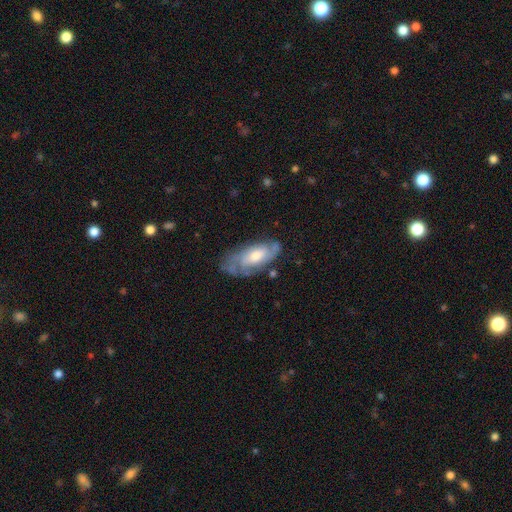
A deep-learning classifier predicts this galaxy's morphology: Smooth or featured? Predicted: featured or disk (p=0.70). Edge-on disk? Predicted: no (p=0.90). Bar? Predicted: no (p=0.63). Spiral arms? Predicted: yes (p=0.86). Spiral winding? Predicted: tight (p=0.51). Spiral arm count? Predicted: 2 (p=0.45). Bulge size? Predicted: moderate (p=0.58). Merging? Predicted: none (p=0.65).